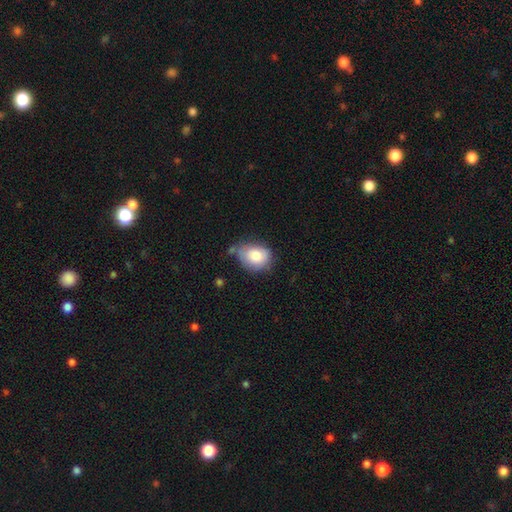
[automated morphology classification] Overall: smooth (82%). How rounded: in between (62%; round 37%). Merging: none (48%; minor disturbance 35%).